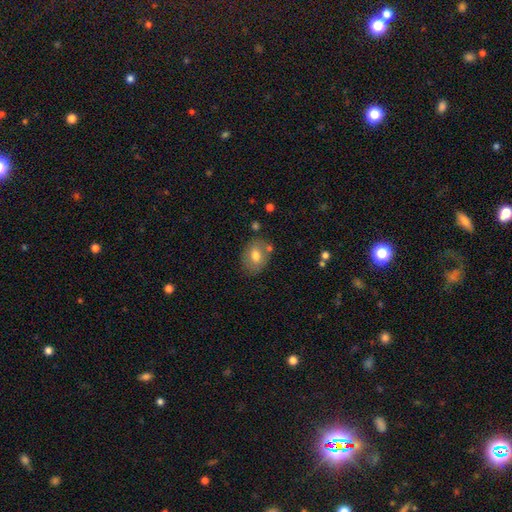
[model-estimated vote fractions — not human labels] Smooth or featured? Predicted: smooth (p=0.69). How rounded? Predicted: in between (p=0.64). Merging? Predicted: none (p=0.72).